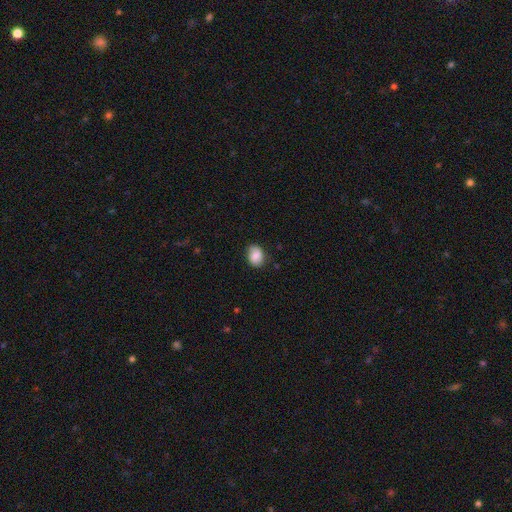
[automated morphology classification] A smooth galaxy with no disk features (83%) that is in between round and cigar-shaped (63%).

Vote fractions:
- Smooth or featured? smooth: 83% / featured or disk: 9% / star or artifact: 8%
- How rounded? in between: 63% / round: 36% / cigar-shaped: 1%
- Merging? none: 78% / minor disturbance: 17% / major disturbance: 3% / merger: 1%